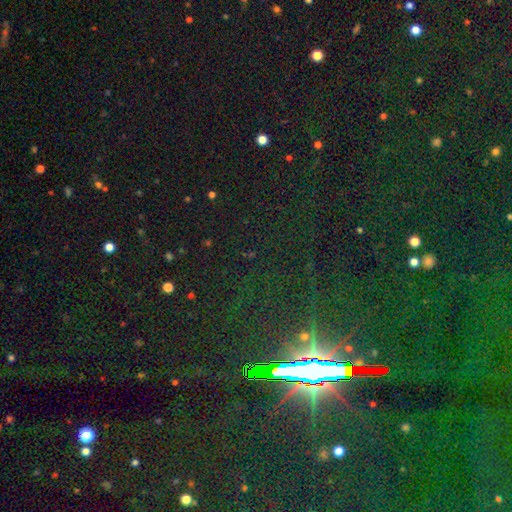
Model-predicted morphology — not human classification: smooth-or-featured: star or artifact: 83% | smooth: 9% | featured or disk: 8%